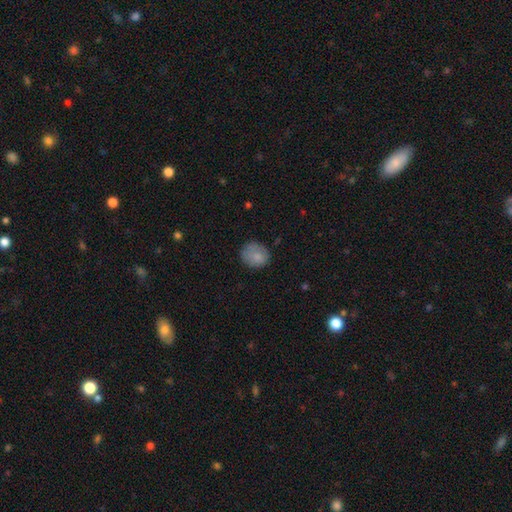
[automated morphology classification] A smooth galaxy with no disk features (82%) that is round (70%). Merging: none (73%).